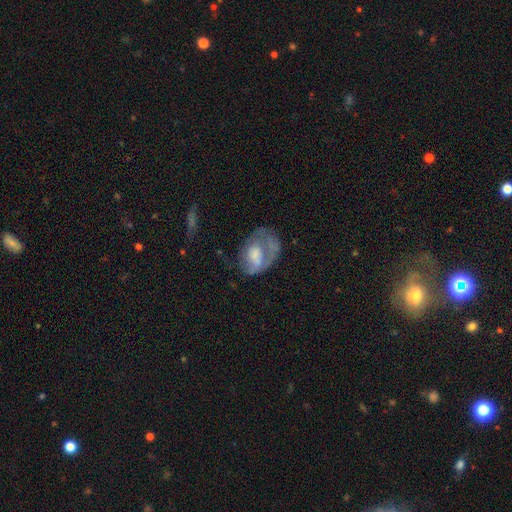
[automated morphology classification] A featured or disk galaxy (47%). Merging: major disturbance (38%).